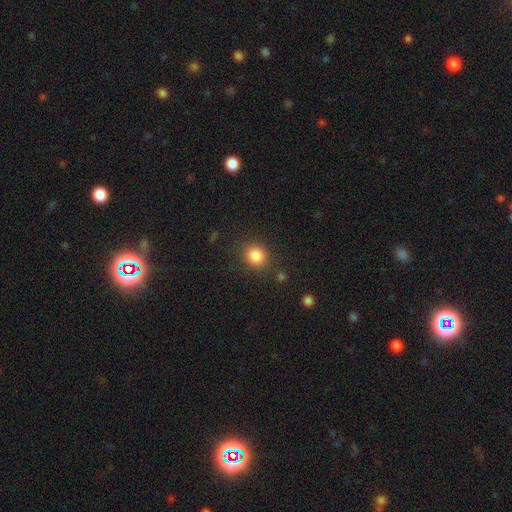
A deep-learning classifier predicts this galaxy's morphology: Smooth or featured: smooth — 84% (star or artifact — 11%)
How rounded: round — 77% (in between — 22%)
Merging: none — 85% (minor disturbance — 9%)